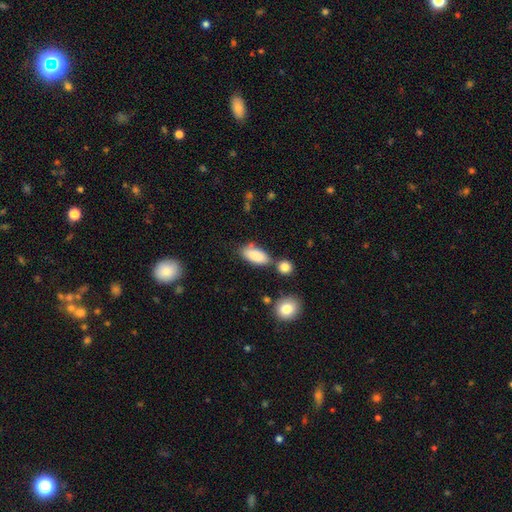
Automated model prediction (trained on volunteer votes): Overall: smooth (86%). How rounded: in between (86%). Merging: none (64%).